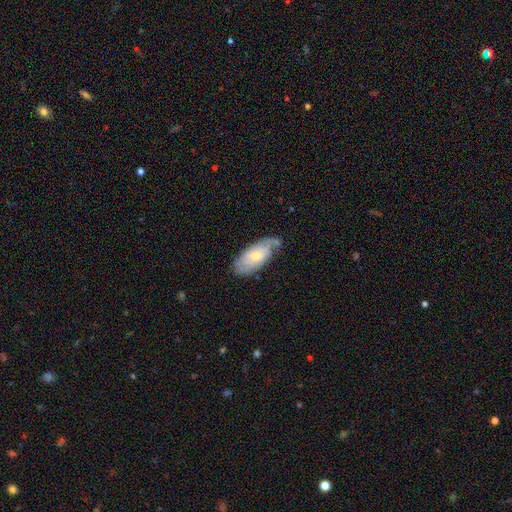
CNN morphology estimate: Smooth or featured: smooth — 48% (featured or disk — 46%)
Merging: none — 55% (minor disturbance — 31%)